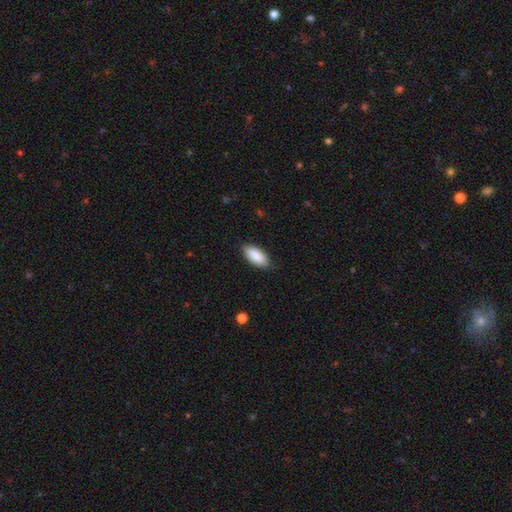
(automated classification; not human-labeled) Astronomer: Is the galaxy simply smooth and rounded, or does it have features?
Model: smooth — 89%.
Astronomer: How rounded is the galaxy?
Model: in between — 88%.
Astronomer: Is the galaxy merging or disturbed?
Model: none — 84%.